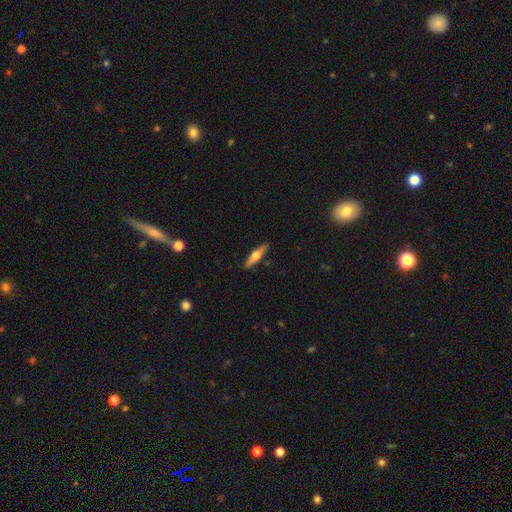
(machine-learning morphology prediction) The model was most divided on "smooth or featured": featured or disk: 55%, smooth: 39%, star or artifact: 5%. More confident: edge-on disk — yes (95%); edge-on bulge — rounded (94%); merging — none (91%).